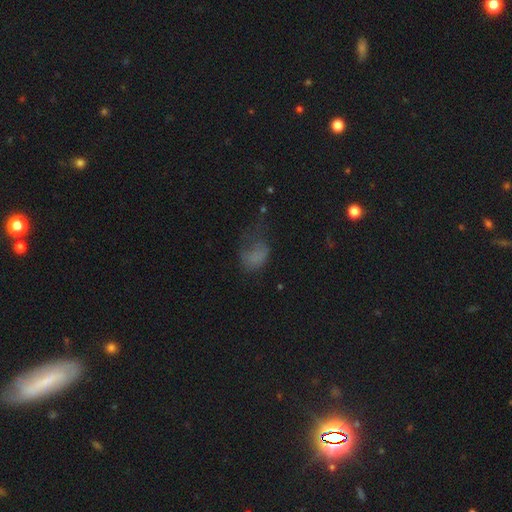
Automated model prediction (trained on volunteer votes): Smooth or featured: smooth — 60% (featured or disk — 20%)
How rounded: in between — 77% (round — 21%)
Merging: major disturbance — 48% (none — 26%)